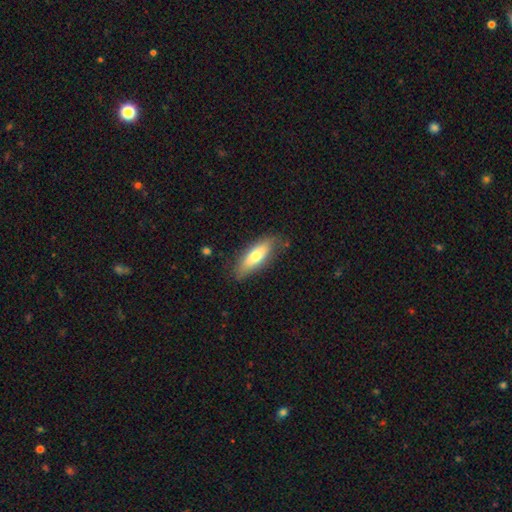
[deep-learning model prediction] smooth_or_featured: smooth (p=0.66) [alt: featured or disk p=0.28]
how_rounded: in between (p=0.59) [alt: cigar-shaped p=0.39]
merging: none (p=0.79) [alt: minor disturbance p=0.16]